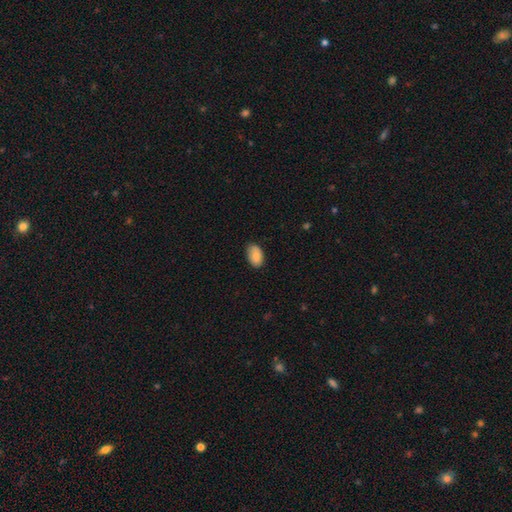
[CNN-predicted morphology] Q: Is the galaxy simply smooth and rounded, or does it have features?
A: smooth — 85%.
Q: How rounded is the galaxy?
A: in between — 91%.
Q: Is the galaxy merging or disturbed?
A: none — 78%.